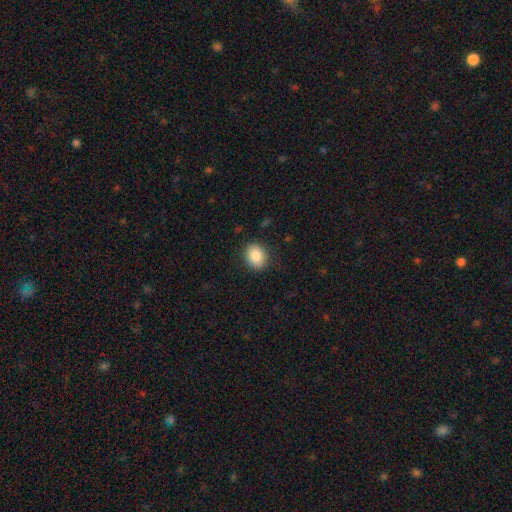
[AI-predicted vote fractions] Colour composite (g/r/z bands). It shows a smooth galaxy with no disk features (85%) that is round (51%). Merging: none (87%).